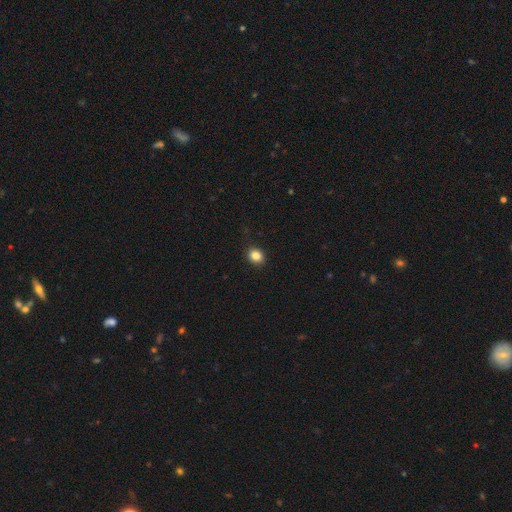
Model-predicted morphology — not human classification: This appears to be a smooth galaxy with no disk features (85%) that is round (66%). Merging: none (87%).